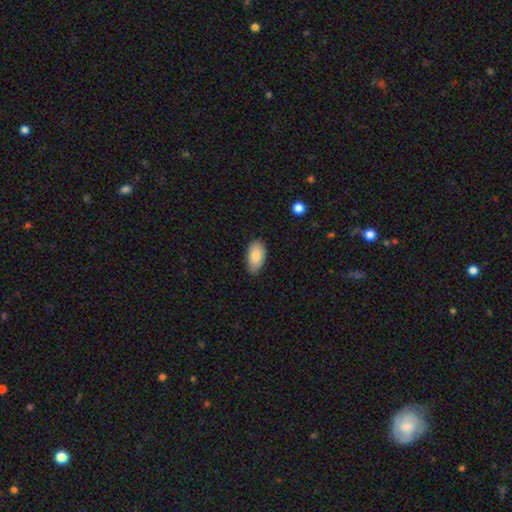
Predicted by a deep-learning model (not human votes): Overall: smooth (85%). How rounded: in between (95%). Merging: none (78%).